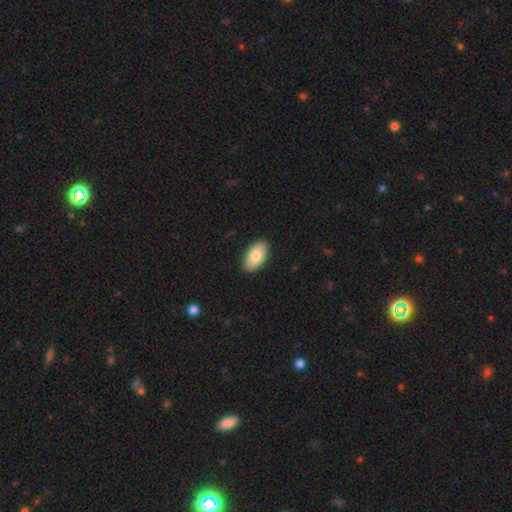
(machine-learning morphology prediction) Q: Smooth or featured?
A: smooth (82%); runner-up: featured or disk (13%)
Q: How rounded?
A: in between (95%); runner-up: round (3%)
Q: Merging?
A: none (89%); runner-up: minor disturbance (8%)